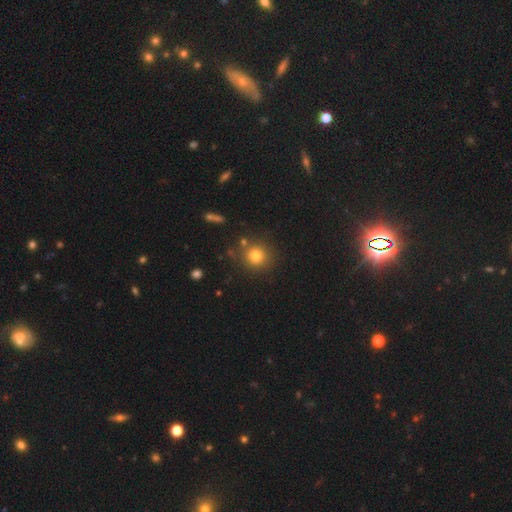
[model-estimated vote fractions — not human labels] Overall: smooth (79%). How rounded: round (92%). Merging: none (82%).